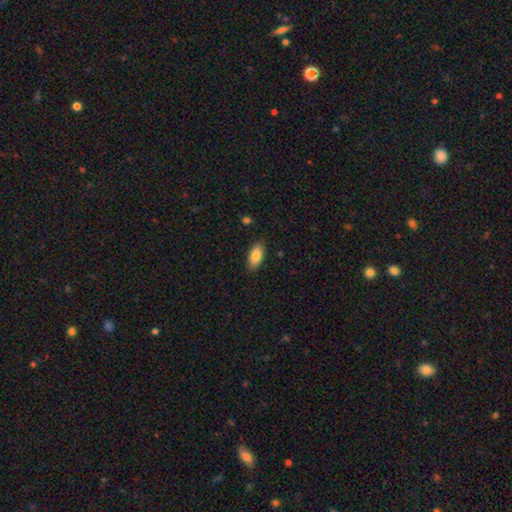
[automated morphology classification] The model was most divided on "smooth or featured": smooth: 84%, featured or disk: 9%, star or artifact: 7%. More confident: how rounded — in between (91%); merging — none (87%).